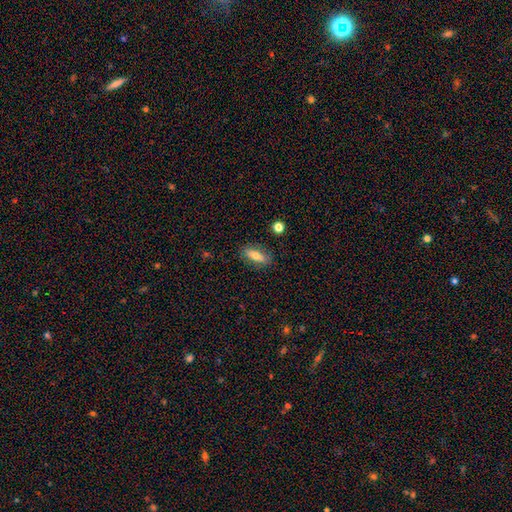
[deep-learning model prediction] smooth-or-featured: smooth: 69% | featured or disk: 23% | star or artifact: 7%
  how-rounded: in between: 72% | cigar-shaped: 24% | round: 4%
  merging: none: 84% | minor disturbance: 12% | major disturbance: 3% | merger: 2%